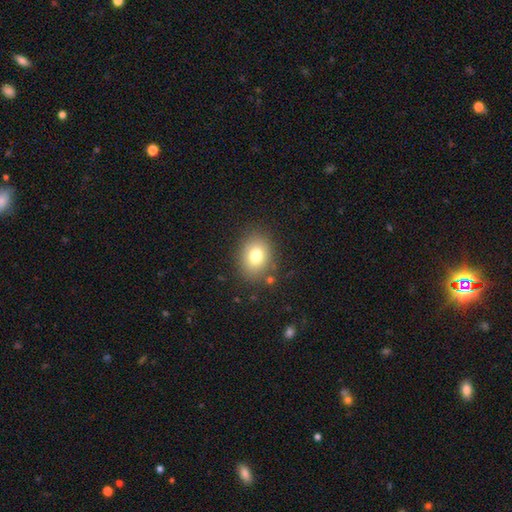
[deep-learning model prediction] Smooth or featured?
  - smooth: 77% *
  - featured or disk: 12%
  - star or artifact: 11%
How rounded?
  - in between: 54% *
  - round: 45%
  - cigar-shaped: 1%
Merging?
  - none: 83% *
  - minor disturbance: 11%
  - major disturbance: 4%
  - merger: 2%